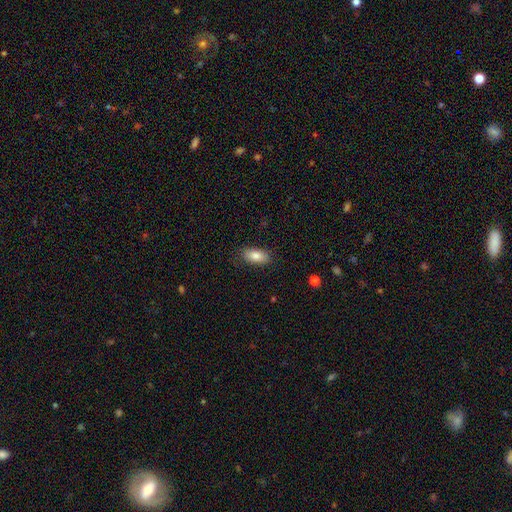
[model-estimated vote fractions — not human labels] A smooth galaxy with no disk features (83%) that is in between round and cigar-shaped (89%). Merging: none (85%).